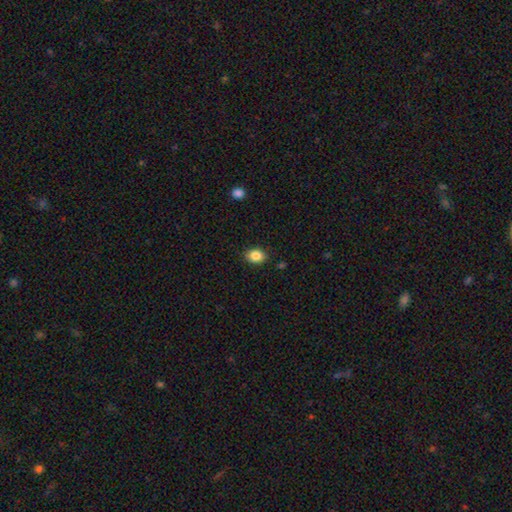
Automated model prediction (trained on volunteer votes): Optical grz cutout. It shows a smooth galaxy with no disk features (86%) that is in between round and cigar-shaped (67%). Merging: none (88%).